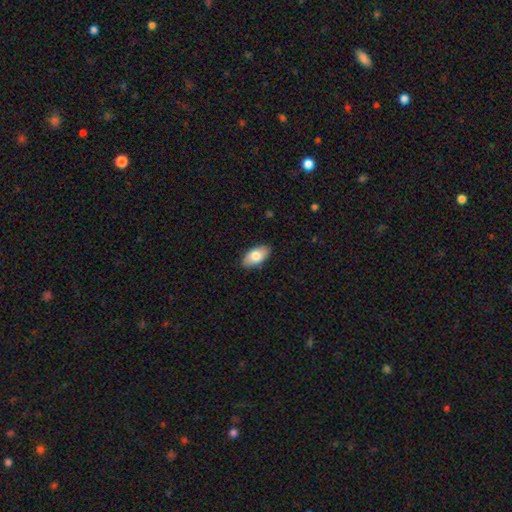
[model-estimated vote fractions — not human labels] smooth 80%, featured or disk 14%, star or artifact 6%. Down the decision tree: how rounded — in between (93%); merging — none (88%).